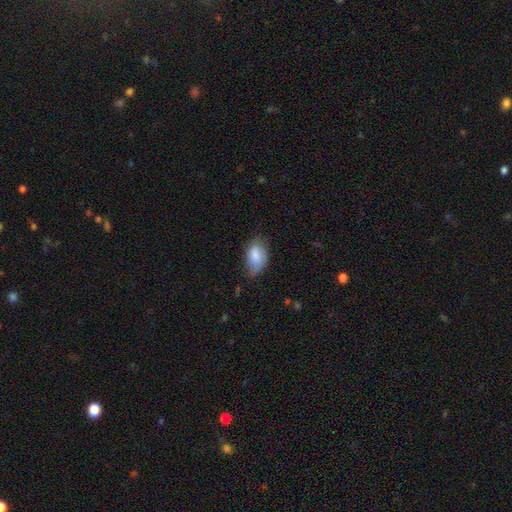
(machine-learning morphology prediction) Smooth or featured?
  - smooth: 77% *
  - featured or disk: 16%
  - star or artifact: 7%
How rounded?
  - in between: 92% *
  - round: 5%
  - cigar-shaped: 2%
Merging?
  - none: 54% *
  - minor disturbance: 36%
  - major disturbance: 8%
  - merger: 2%